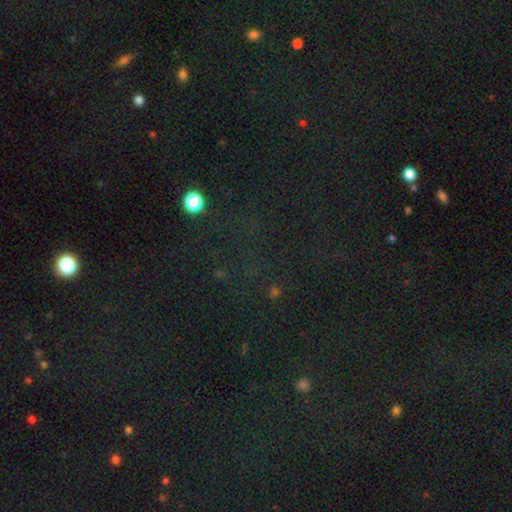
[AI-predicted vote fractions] Smooth or featured? Predicted: star or artifact (p=0.74).